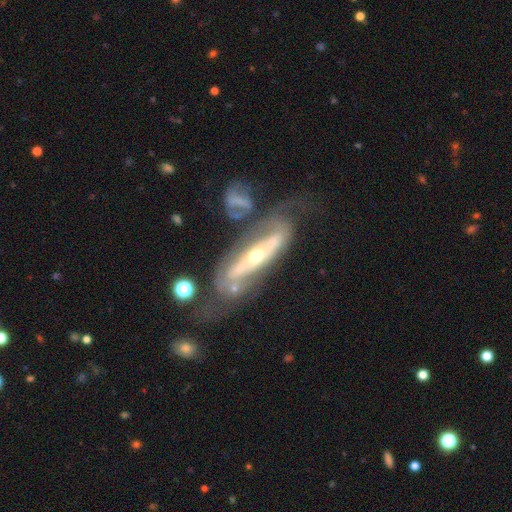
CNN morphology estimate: This is likely a featured or disk galaxy (79%). It is likely not viewed edge-on (78%). Bar: possibly no (54%). Spiral arm pattern: likely yes (67%). Central bulge: possibly moderate (50%). Merging: possibly none (46%).